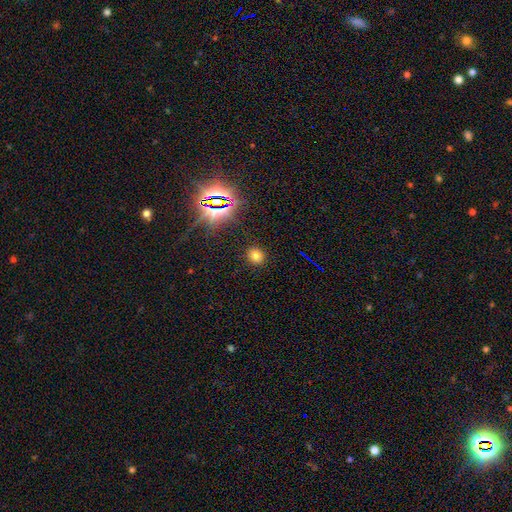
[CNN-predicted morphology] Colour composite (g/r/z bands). It shows a smooth galaxy with no disk features (72%) that is round (85%). Merging: none (90%).